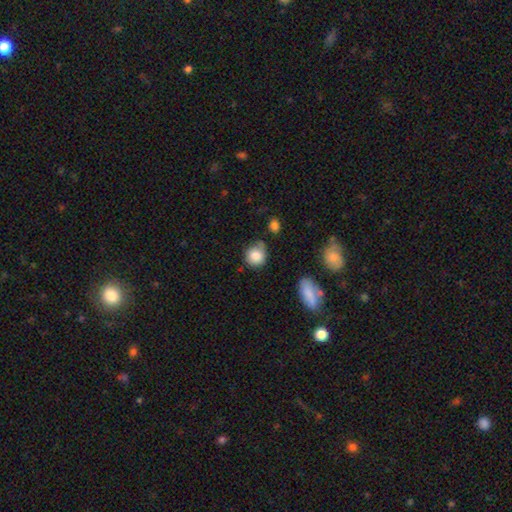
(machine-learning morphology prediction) Overall: smooth (83%). How rounded: round (80%). Merging: none (58%; minor disturbance 30%).